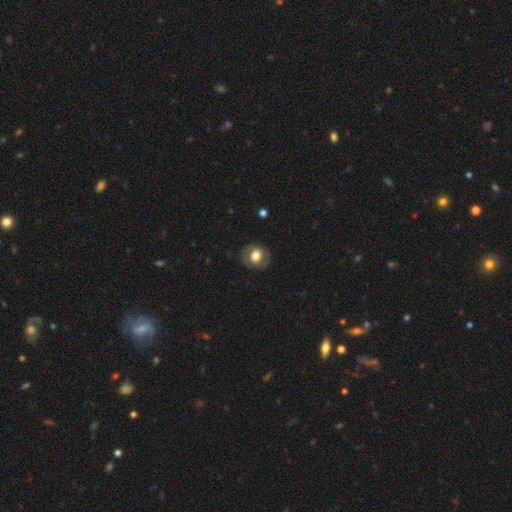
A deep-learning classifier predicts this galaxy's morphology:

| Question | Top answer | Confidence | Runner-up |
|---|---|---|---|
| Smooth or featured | smooth | 59% | featured or disk (33%) |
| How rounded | round | 65% | in between (34%) |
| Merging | none | 80% | minor disturbance (14%) |